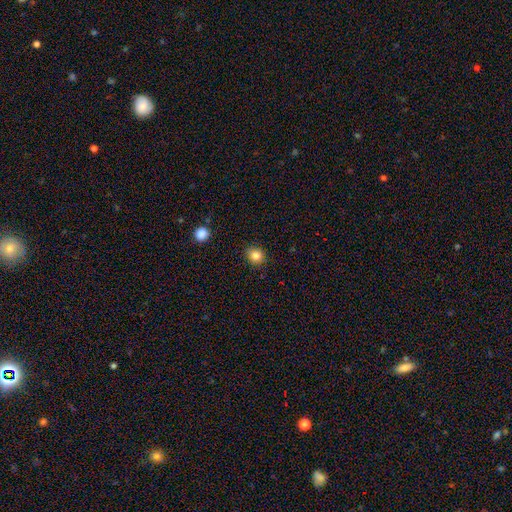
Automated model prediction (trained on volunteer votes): This is clearly a smooth galaxy (83%). How rounded: likely round (77%). Merging: clearly none (89%).